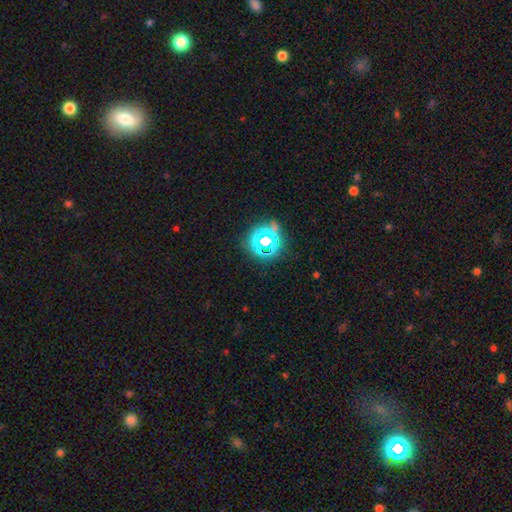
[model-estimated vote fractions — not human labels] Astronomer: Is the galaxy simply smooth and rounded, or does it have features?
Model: star or artifact — 67%.